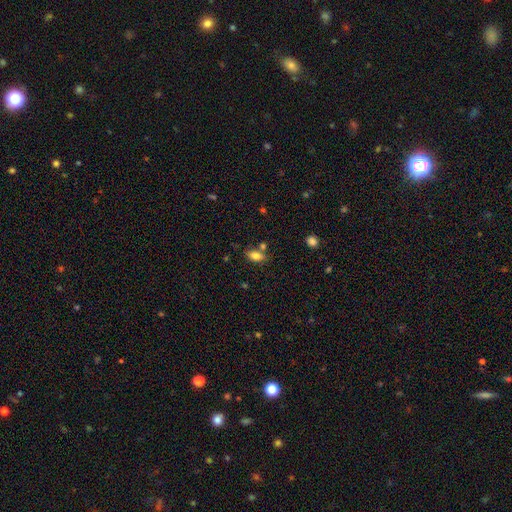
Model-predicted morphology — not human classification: The model was most divided on "merging": none: 68%, merger: 14%, minor disturbance: 14%, major disturbance: 4%. More confident: how rounded — in between (86%); smooth or featured — smooth (79%).